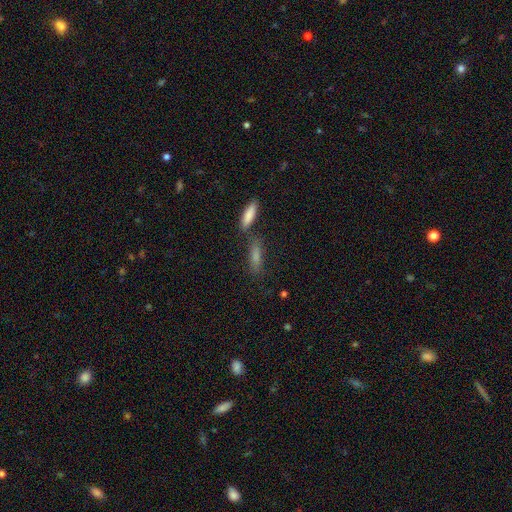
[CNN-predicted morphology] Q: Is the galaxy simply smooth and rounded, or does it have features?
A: smooth — 68%.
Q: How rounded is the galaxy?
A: cigar-shaped — 60%.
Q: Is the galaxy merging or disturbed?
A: none — 56%.